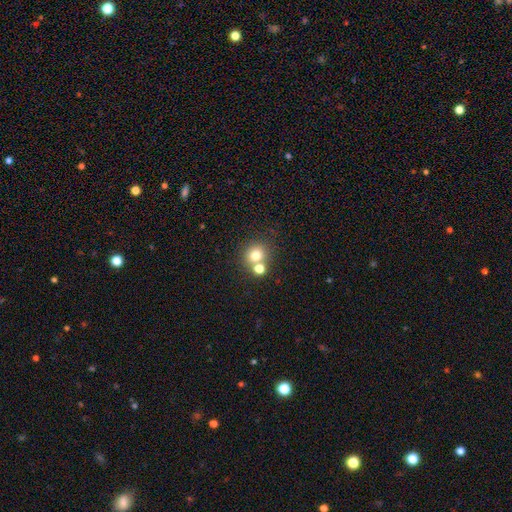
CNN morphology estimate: A smooth galaxy with no disk features (75%) that is round (86%).

Vote fractions:
- Smooth or featured? smooth: 75% / star or artifact: 14% / featured or disk: 11%
- How rounded? round: 86% / in between: 14% / cigar-shaped: 1%
- Merging? none: 55% / merger: 35% / minor disturbance: 7% / major disturbance: 3%